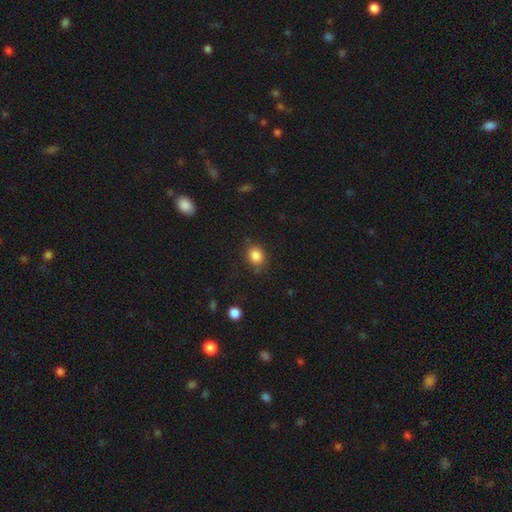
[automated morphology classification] smooth_or_featured: smooth (p=0.85) [alt: star or artifact p=0.10]
how_rounded: round (p=0.55) [alt: in between p=0.44]
merging: none (p=0.76) [alt: minor disturbance p=0.18]